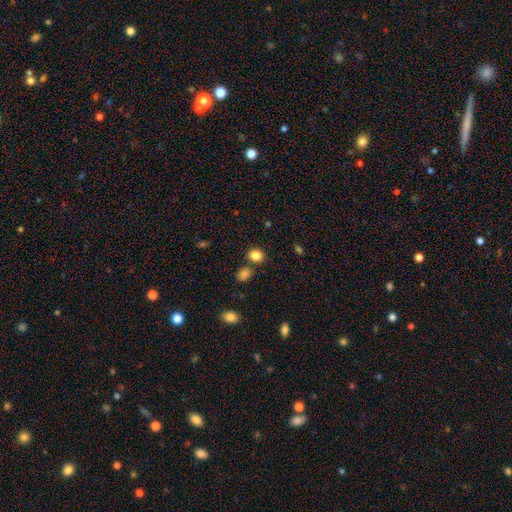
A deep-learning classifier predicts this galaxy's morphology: A smooth galaxy with no disk features (84%) that is round (66%).

Vote fractions:
- Smooth or featured? smooth: 84% / star or artifact: 11% / featured or disk: 5%
- How rounded? round: 66% / in between: 33% / cigar-shaped: 1%
- Merging? none: 74% / merger: 12% / minor disturbance: 10% / major disturbance: 3%